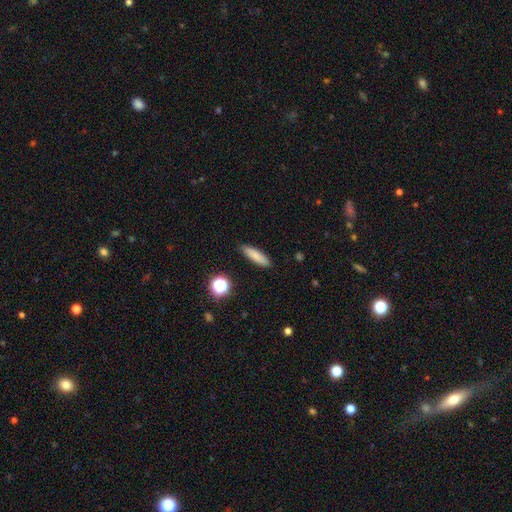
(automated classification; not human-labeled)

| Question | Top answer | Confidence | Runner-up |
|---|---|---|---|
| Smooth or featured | smooth | 81% | featured or disk (11%) |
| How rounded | cigar-shaped | 68% | in between (29%) |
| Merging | none | 88% | minor disturbance (9%) |